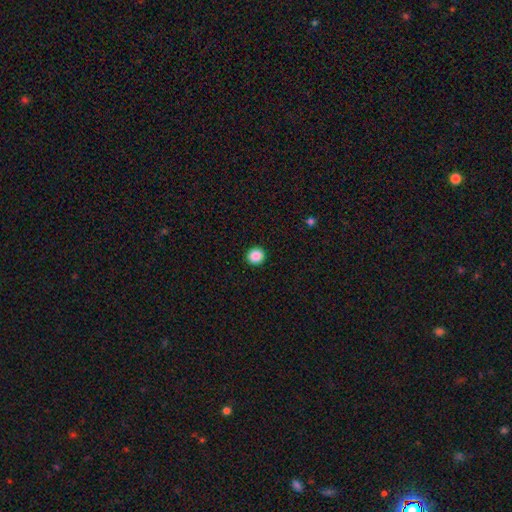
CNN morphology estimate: Smooth or featured? smooth (89%)
How rounded? round (92%)
Merging? none (93%)